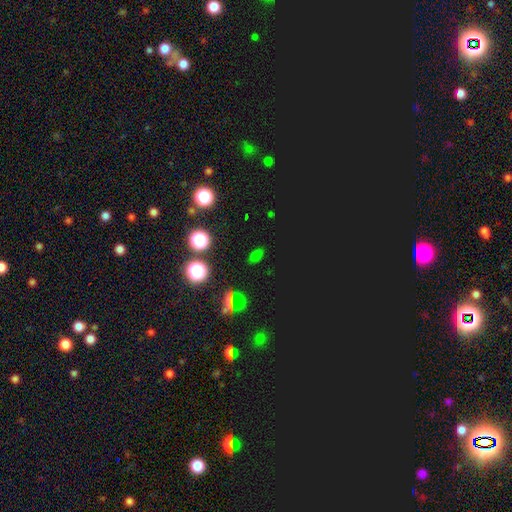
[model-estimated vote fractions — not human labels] Smooth or featured? Predicted: star or artifact (p=0.51).